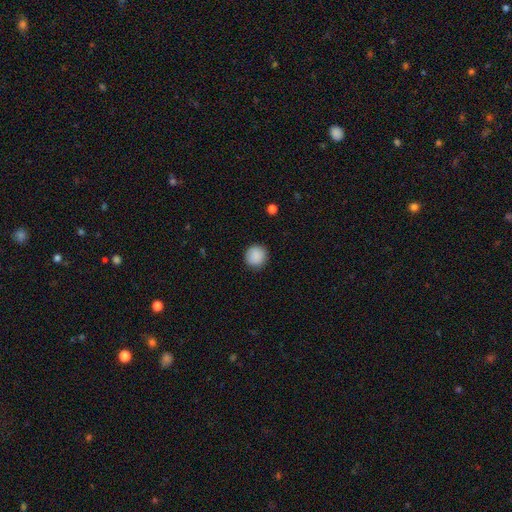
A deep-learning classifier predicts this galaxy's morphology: Smooth or featured?
  - smooth: 89% *
  - star or artifact: 8%
  - featured or disk: 3%
How rounded?
  - round: 94% *
  - in between: 5%
  - cigar-shaped: 1%
Merging?
  - none: 90% *
  - minor disturbance: 7%
  - major disturbance: 2%
  - merger: 1%